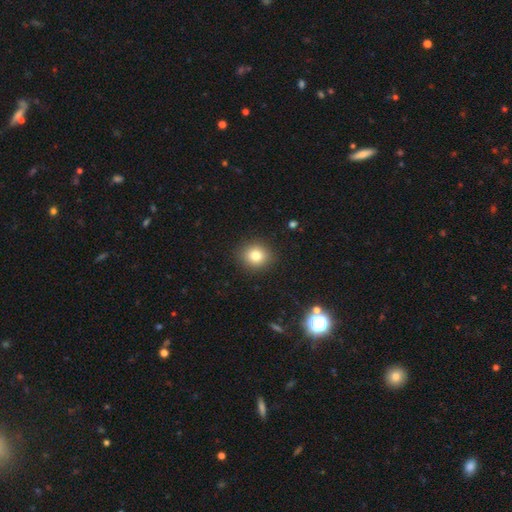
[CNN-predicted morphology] smooth 81%, star or artifact 12%, featured or disk 8%. Down the decision tree: how rounded — round (81%); merging — none (90%).